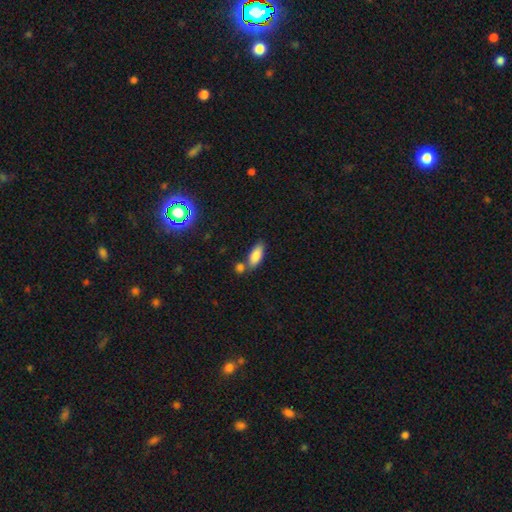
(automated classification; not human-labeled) Overall: smooth (85%). How rounded: in between (81%). Merging: none (60%; merger 23%).